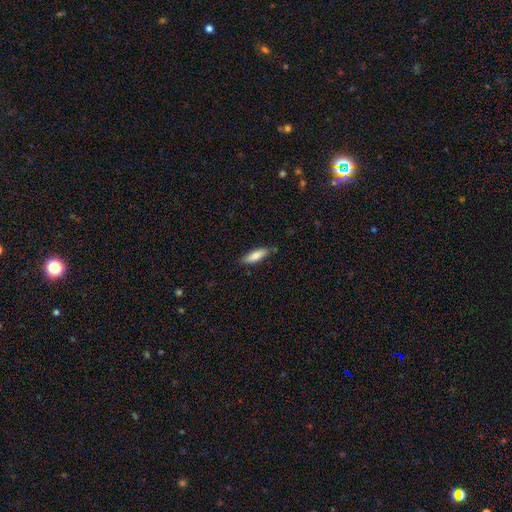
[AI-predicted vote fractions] Q: Smooth or featured?
A: smooth (81%); runner-up: featured or disk (13%)
Q: How rounded?
A: in between (50%); runner-up: cigar-shaped (49%)
Q: Merging?
A: none (81%); runner-up: minor disturbance (14%)